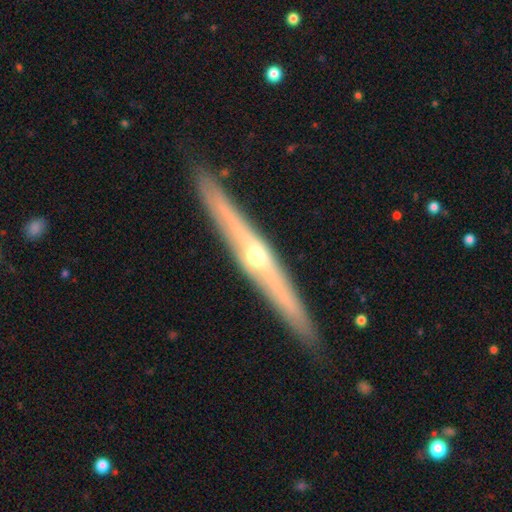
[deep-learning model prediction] A featured or disk galaxy (78%) viewed edge-on (97%) with a rounded central bulge (84%).

Vote fractions:
- Smooth or featured? featured or disk: 78% / smooth: 16% / star or artifact: 6%
- Edge-on disk? yes: 97% / no: 3%
- Edge-on bulge? rounded: 84% / none: 14% / boxy: 3%
- Merging? none: 91% / minor disturbance: 7% / major disturbance: 1% / merger: 1%